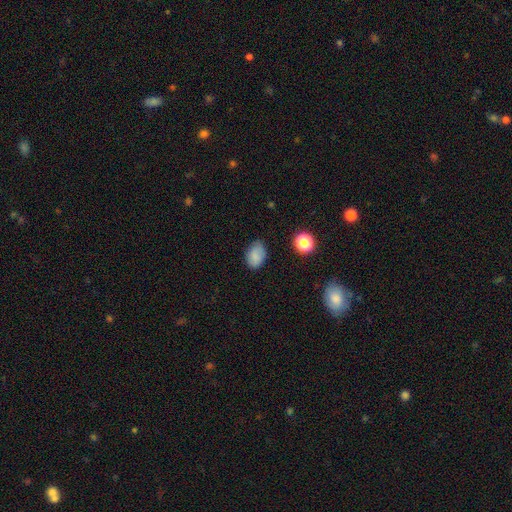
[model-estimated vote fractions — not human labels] smooth_or_featured: smooth (p=0.84) [alt: star or artifact p=0.10]
how_rounded: in between (p=0.83) [alt: round p=0.16]
merging: none (p=0.75) [alt: minor disturbance p=0.19]